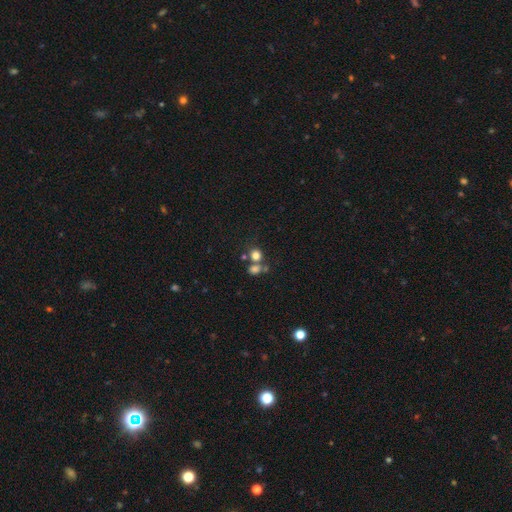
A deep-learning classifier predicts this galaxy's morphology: type=smooth (76%); roundness=round (79%); merging=none (52%).